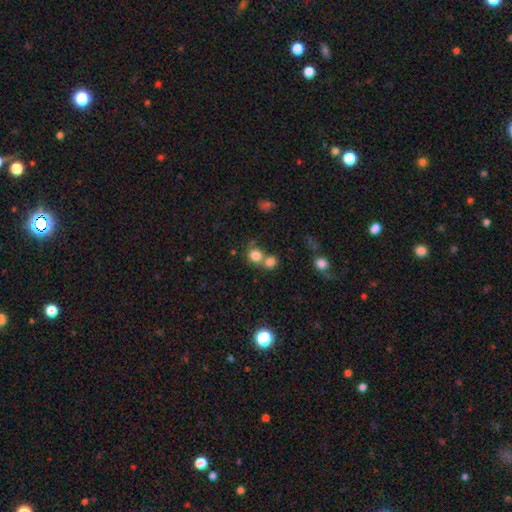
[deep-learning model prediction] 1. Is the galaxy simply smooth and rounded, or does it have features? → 79% smooth, 13% star or artifact, 8% featured or disk.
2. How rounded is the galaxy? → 71% round, 28% in between, 1% cigar-shaped.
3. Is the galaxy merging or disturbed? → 49% merger, 39% none, 8% minor disturbance, 4% major disturbance.